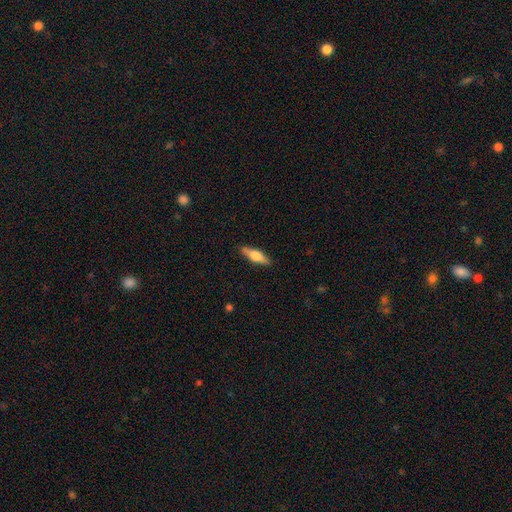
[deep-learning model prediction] This is possibly a smooth galaxy (55%). How rounded: possibly cigar-shaped (58%). Merging: clearly none (89%).